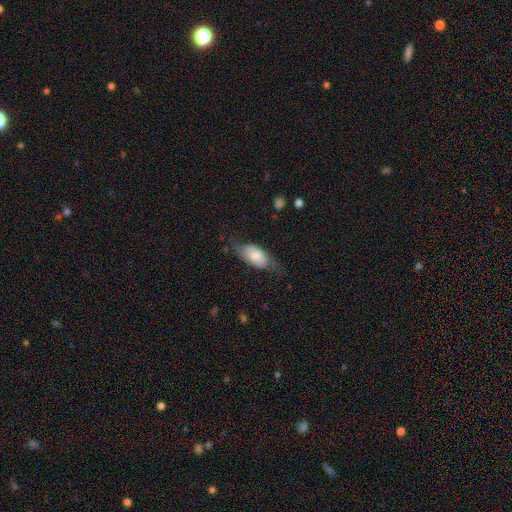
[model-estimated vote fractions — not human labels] smooth_or_featured: smooth (p=0.61) [alt: featured or disk p=0.32]
how_rounded: in between (p=0.89) [alt: cigar-shaped p=0.06]
merging: none (p=0.57) [alt: minor disturbance p=0.28]